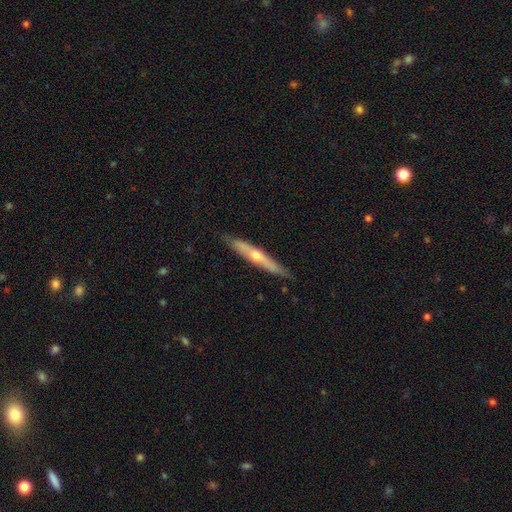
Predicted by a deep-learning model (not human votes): smooth_or_featured: featured or disk (p=0.63) [alt: smooth p=0.31]
disk_edge_on: yes (p=0.92) [alt: no p=0.08]
edge_on_bulge: rounded (p=0.84) [alt: none p=0.14]
merging: none (p=0.84) [alt: minor disturbance p=0.13]